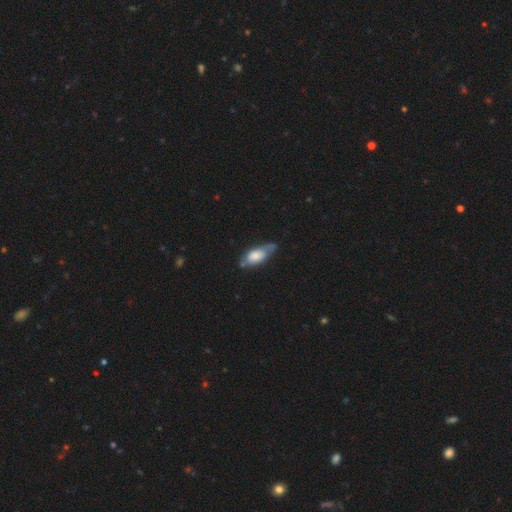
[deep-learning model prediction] The model was most divided on "merging": none: 51%, minor disturbance: 34%, major disturbance: 10%, merger: 5%. More confident: how rounded — in between (80%); smooth or featured — smooth (64%).